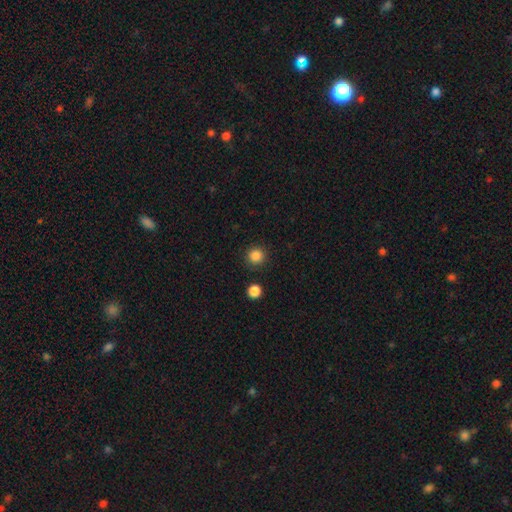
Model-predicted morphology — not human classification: Smooth or featured?
  - smooth: 86% *
  - star or artifact: 11%
  - featured or disk: 3%
How rounded?
  - round: 95% *
  - in between: 5%
  - cigar-shaped: 1%
Merging?
  - none: 90% *
  - minor disturbance: 6%
  - major disturbance: 2%
  - merger: 2%